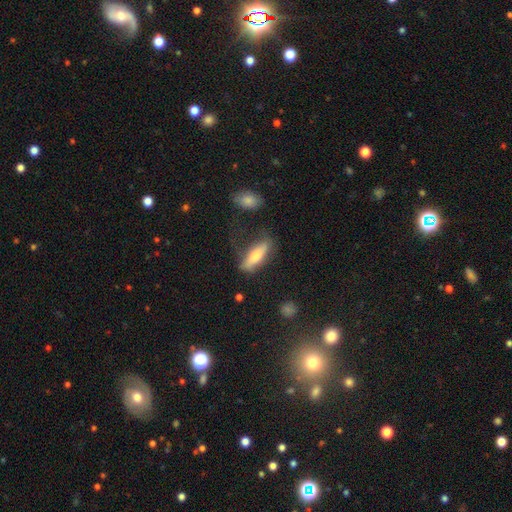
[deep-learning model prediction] smooth-or-featured: smooth: 64% | featured or disk: 29% | star or artifact: 6%
  how-rounded: in between: 51% | cigar-shaped: 47% | round: 2%
  merging: none: 57% | minor disturbance: 24% | major disturbance: 14% | merger: 5%